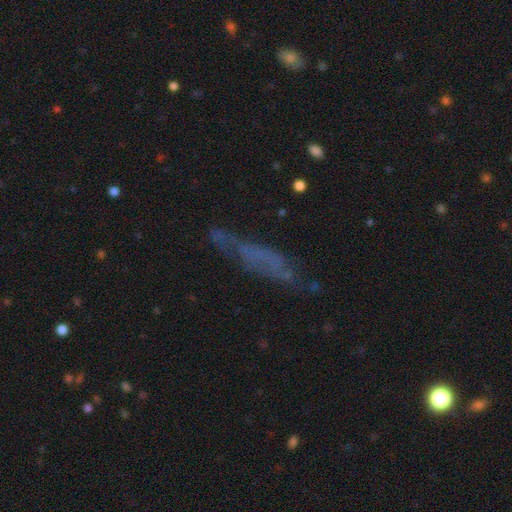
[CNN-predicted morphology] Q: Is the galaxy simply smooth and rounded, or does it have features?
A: featured or disk — 41%.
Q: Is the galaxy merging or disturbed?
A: none — 61%.